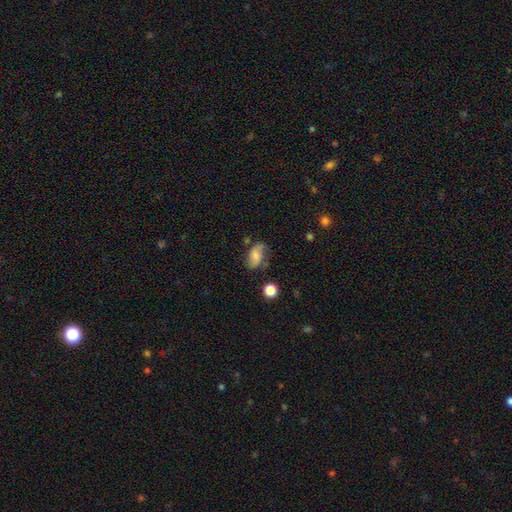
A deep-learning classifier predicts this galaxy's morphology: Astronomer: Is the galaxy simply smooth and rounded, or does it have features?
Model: smooth — 49% (runner-up: featured or disk, 40%).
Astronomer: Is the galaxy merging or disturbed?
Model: none — 55%.